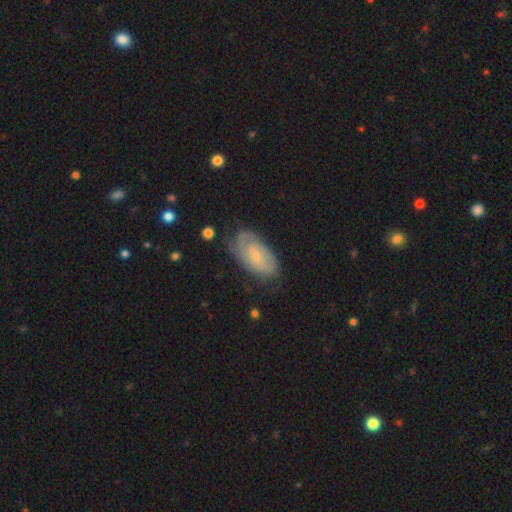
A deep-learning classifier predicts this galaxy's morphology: Smooth or featured?
  - featured or disk: 58% *
  - smooth: 34%
  - star or artifact: 8%
Edge-on disk?
  - no: 93% *
  - yes: 7%
Bar?
  - no: 63% *
  - weak: 32%
  - strong: 6%
Spiral arms?
  - yes: 82% *
  - no: 18%
Bulge size?
  - small: 68% *
  - moderate: 20%
  - none: 8%
  - large: 2%
  - dominant: 1%
Merging?
  - none: 65% *
  - minor disturbance: 24%
  - major disturbance: 9%
  - merger: 2%